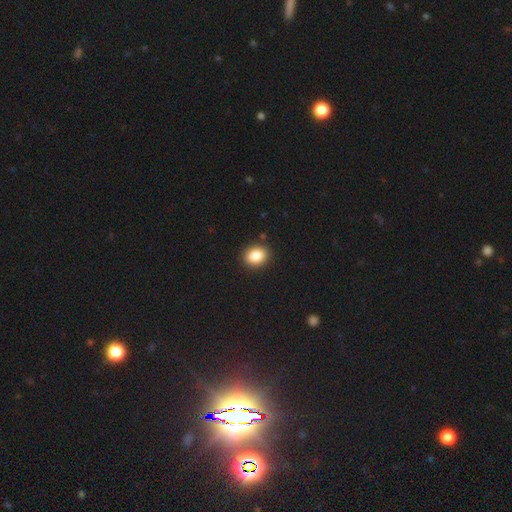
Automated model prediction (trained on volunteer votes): This appears to be a smooth galaxy with no disk features (86%) that is round (51%). Merging: none (90%).